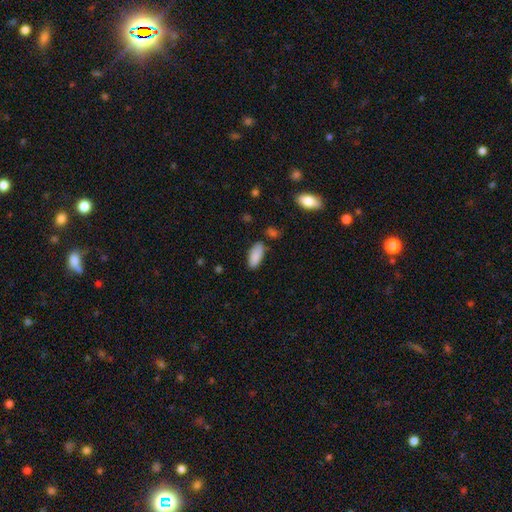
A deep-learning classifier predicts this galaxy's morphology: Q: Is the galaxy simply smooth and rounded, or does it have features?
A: smooth — 87%.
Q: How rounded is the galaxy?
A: in between — 87%.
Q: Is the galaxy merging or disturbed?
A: none — 75%.